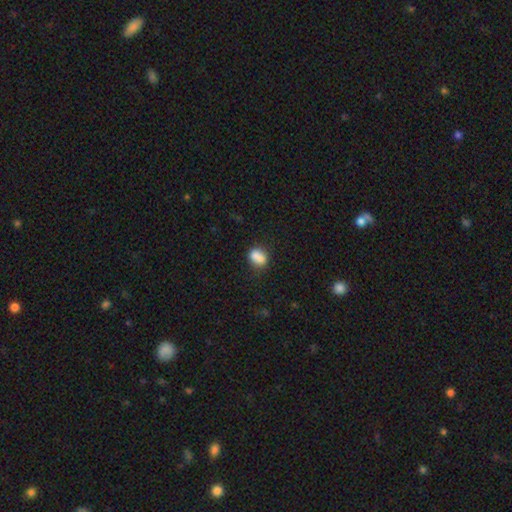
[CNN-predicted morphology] Q: Smooth or featured?
A: smooth (76%); runner-up: featured or disk (15%)
Q: How rounded?
A: round (53%); runner-up: in between (46%)
Q: Merging?
A: merger (45%); runner-up: none (38%)